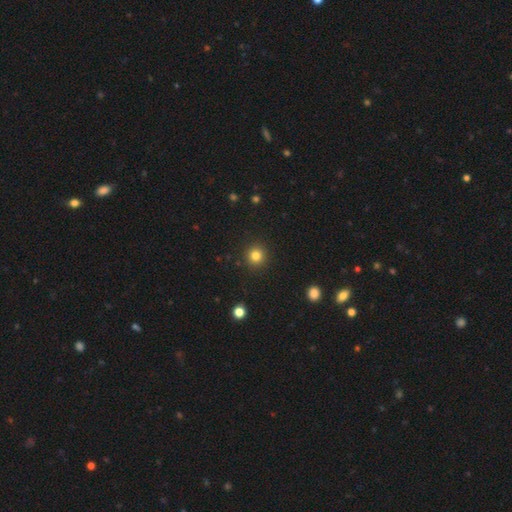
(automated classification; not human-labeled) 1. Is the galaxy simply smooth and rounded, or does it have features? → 82% smooth, 12% star or artifact, 6% featured or disk.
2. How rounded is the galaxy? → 92% round, 7% in between, 1% cigar-shaped.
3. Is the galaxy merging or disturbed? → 91% none, 5% minor disturbance, 2% major disturbance, 1% merger.